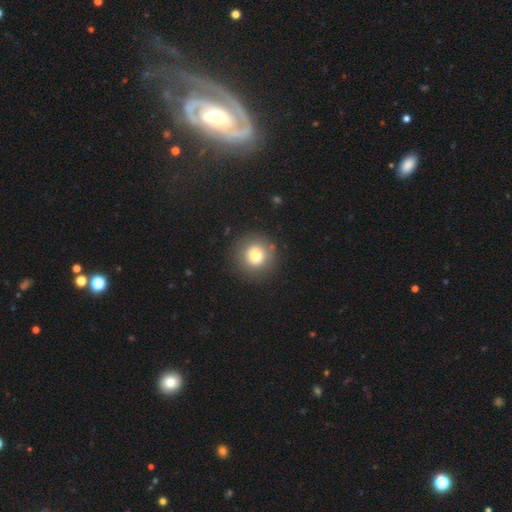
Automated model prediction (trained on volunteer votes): Morphology: type=smooth (75%); roundness=round (94%); merging=none (86%).